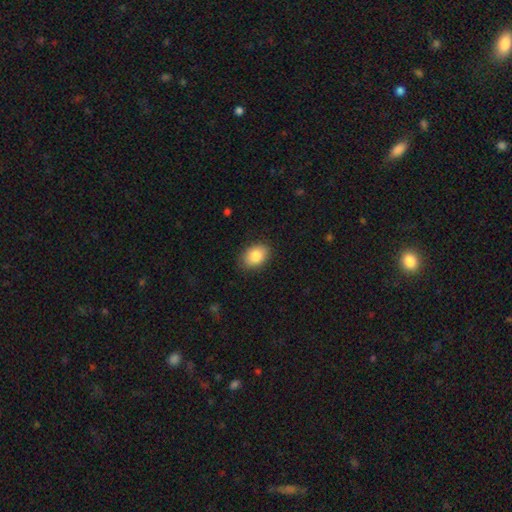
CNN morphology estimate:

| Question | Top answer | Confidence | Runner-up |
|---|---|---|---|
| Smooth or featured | smooth | 85% | star or artifact (8%) |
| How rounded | in between | 79% | round (19%) |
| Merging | none | 86% | minor disturbance (10%) |